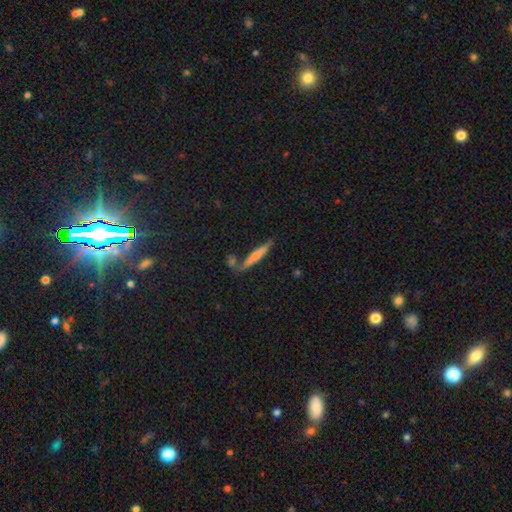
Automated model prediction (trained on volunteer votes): smooth-or-featured: smooth: 60% | featured or disk: 33% | star or artifact: 7%
  how-rounded: cigar-shaped: 91% | in between: 7% | round: 2%
  merging: none: 68% | minor disturbance: 15% | merger: 12% | major disturbance: 4%